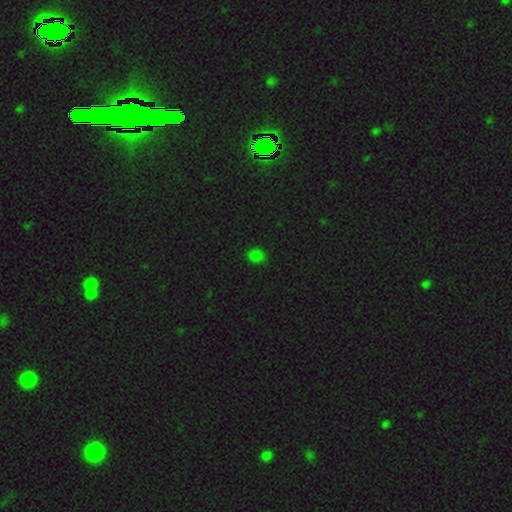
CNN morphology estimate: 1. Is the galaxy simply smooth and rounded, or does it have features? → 76% smooth, 21% star or artifact, 3% featured or disk.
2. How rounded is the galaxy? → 64% round, 35% in between, 1% cigar-shaped.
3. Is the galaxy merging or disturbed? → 87% none, 9% minor disturbance, 2% major disturbance, 1% merger.